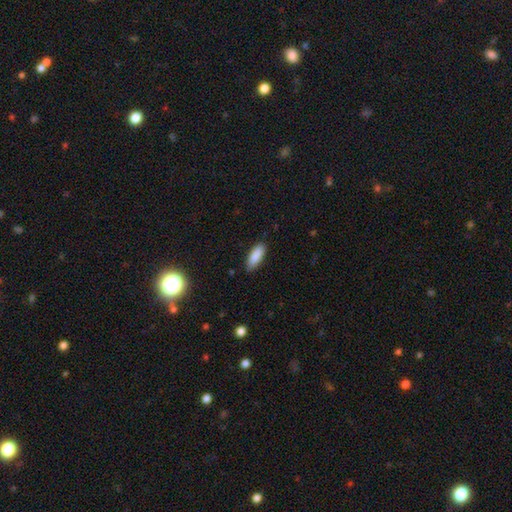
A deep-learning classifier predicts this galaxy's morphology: Q: Smooth or featured?
A: smooth (88%); runner-up: star or artifact (7%)
Q: How rounded?
A: in between (67%); runner-up: cigar-shaped (31%)
Q: Merging?
A: none (85%); runner-up: minor disturbance (11%)